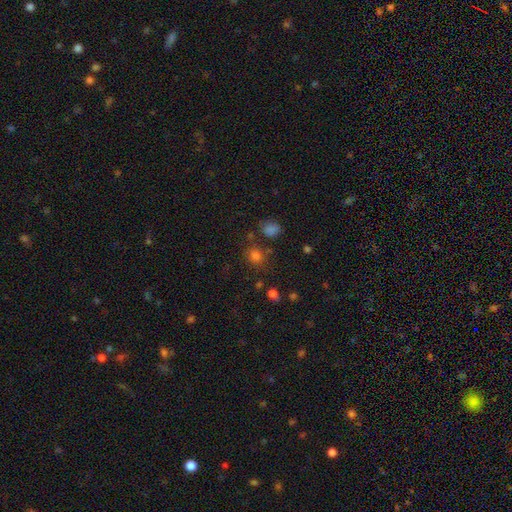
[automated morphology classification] Smooth or featured?
  - smooth: 74% *
  - star or artifact: 20%
  - featured or disk: 6%
How rounded?
  - round: 69% *
  - in between: 30%
  - cigar-shaped: 1%
Merging?
  - none: 75% *
  - minor disturbance: 12%
  - merger: 8%
  - major disturbance: 5%